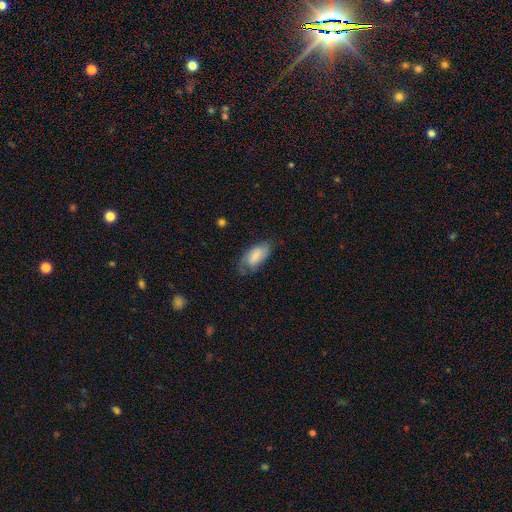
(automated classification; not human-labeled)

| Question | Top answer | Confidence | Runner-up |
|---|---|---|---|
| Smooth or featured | smooth | 70% | featured or disk (23%) |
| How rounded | in between | 91% | cigar-shaped (6%) |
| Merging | none | 58% | minor disturbance (29%) |